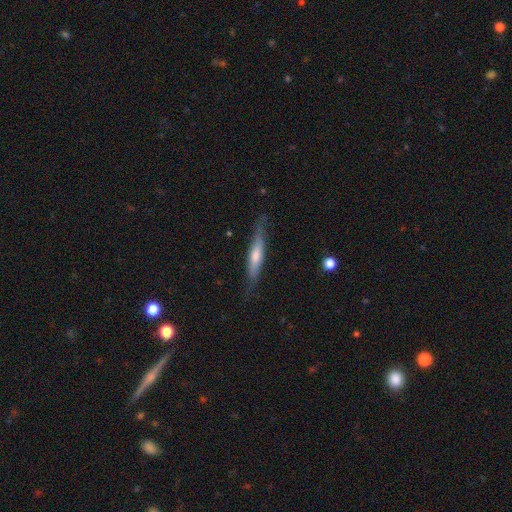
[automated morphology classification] This appears to be a featured or disk galaxy (55%) viewed edge-on (90%). Merging: none (80%).